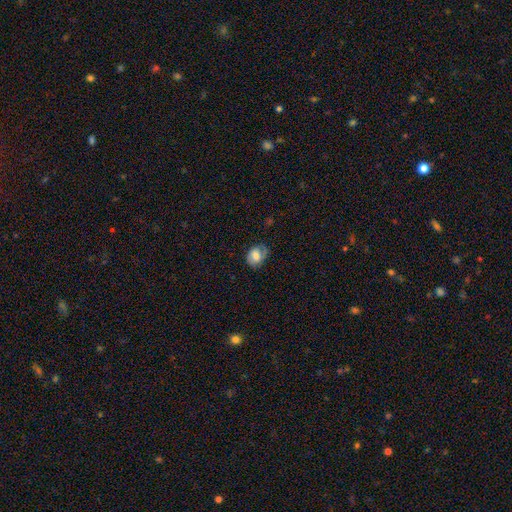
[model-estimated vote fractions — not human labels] Smooth or featured: smooth — 64% (featured or disk — 27%)
How rounded: in between — 57% (round — 42%)
Merging: none — 63% (minor disturbance — 26%)